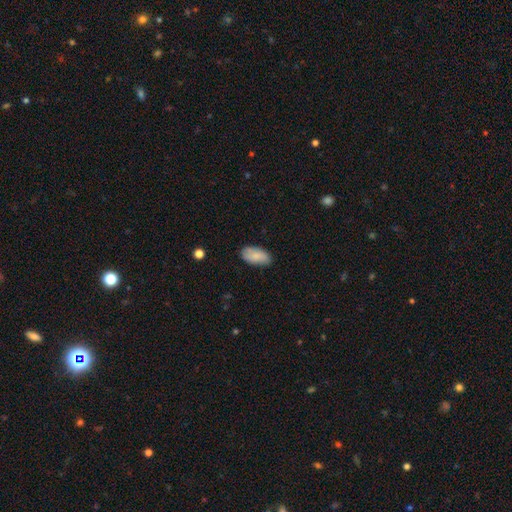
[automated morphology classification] Smooth or featured? Predicted: smooth (p=0.83). How rounded? Predicted: in between (p=0.94). Merging? Predicted: none (p=0.80).